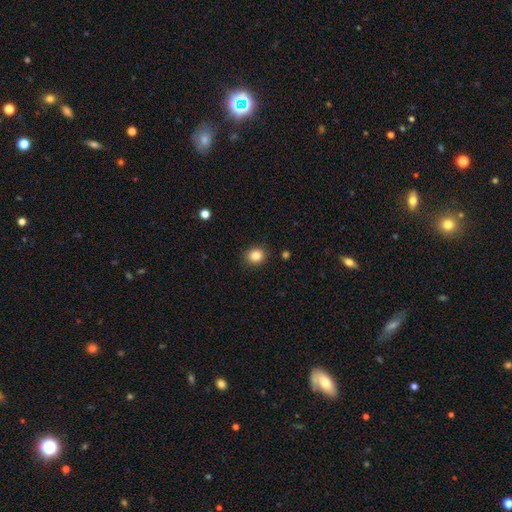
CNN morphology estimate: type=smooth (86%); roundness=round (76%); merging=none (88%).